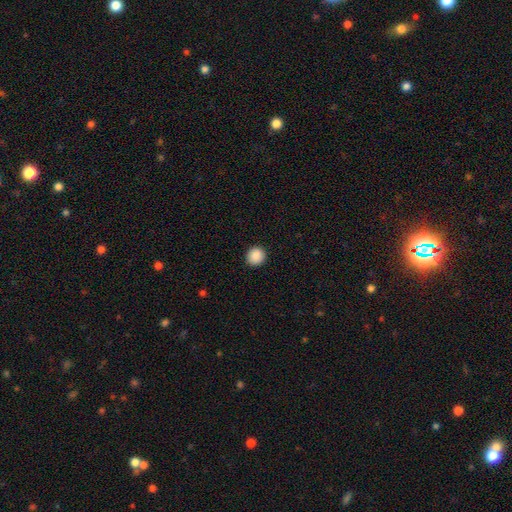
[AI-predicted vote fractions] The model was most divided on "smooth or featured": smooth: 89%, star or artifact: 8%, featured or disk: 3%. More confident: merging — none (92%); how rounded — round (90%).